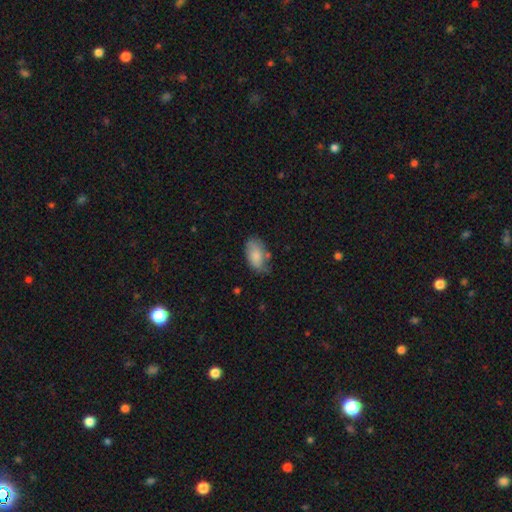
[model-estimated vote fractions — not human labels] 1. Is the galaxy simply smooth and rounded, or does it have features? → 78% smooth, 16% featured or disk, 7% star or artifact.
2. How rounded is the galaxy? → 93% in between, 4% round, 3% cigar-shaped.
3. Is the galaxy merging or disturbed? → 57% none, 30% minor disturbance, 8% major disturbance, 4% merger.